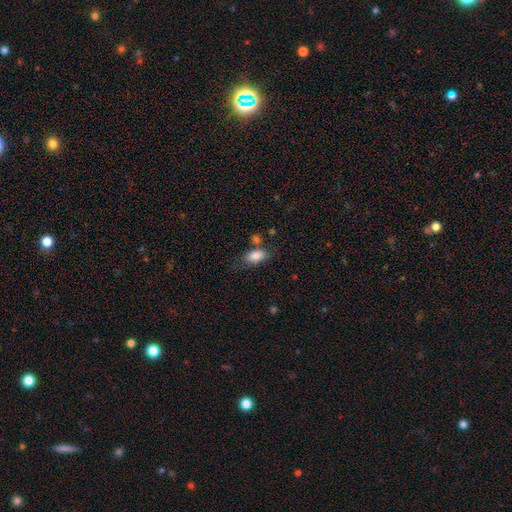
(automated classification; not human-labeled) smooth 84%, featured or disk 8%, star or artifact 8%. Down the decision tree: how rounded — in between (89%); merging — none (61%).